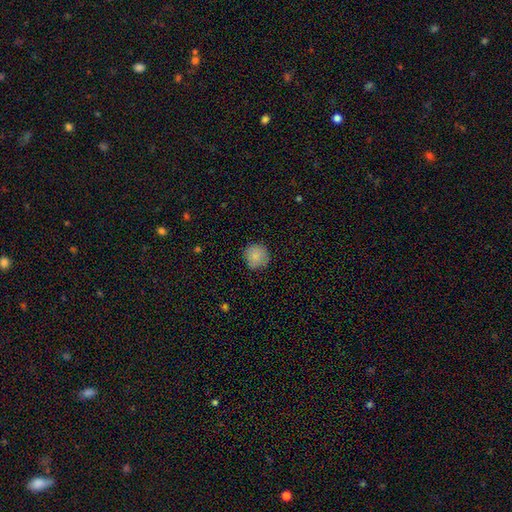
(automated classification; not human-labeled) A smooth galaxy with no disk features (86%) that is round (93%). Merging: none (85%).